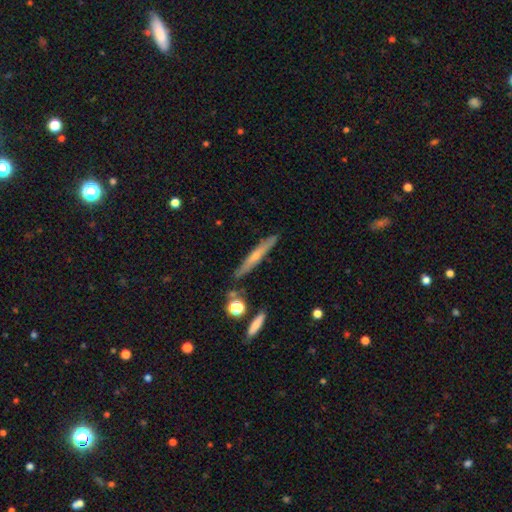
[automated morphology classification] Smooth or featured: featured or disk — 53% (smooth — 40%)
Edge-on disk: yes — 92% (no — 8%)
Merging: none — 83% (minor disturbance — 11%)